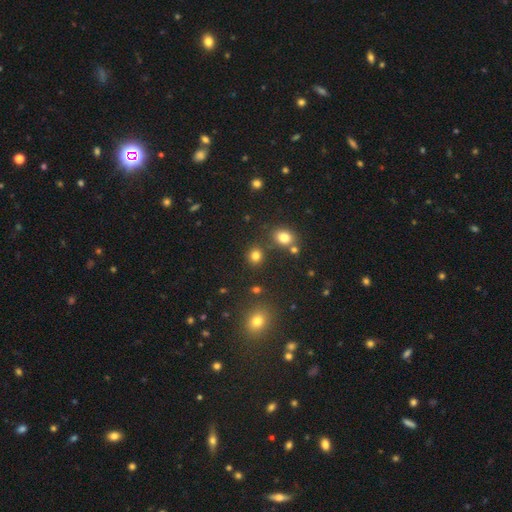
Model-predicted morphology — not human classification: Smooth or featured? Predicted: smooth (p=0.79). How rounded? Predicted: round (p=0.80). Merging? Predicted: none (p=0.81).